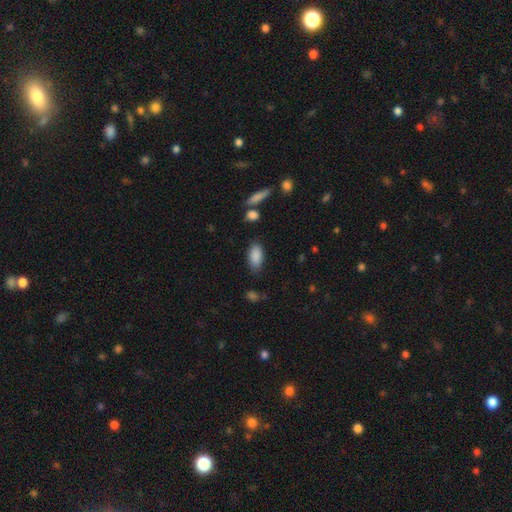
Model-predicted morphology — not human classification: A smooth galaxy with no disk features (89%) that is in between round and cigar-shaped (91%). Merging: none (81%).